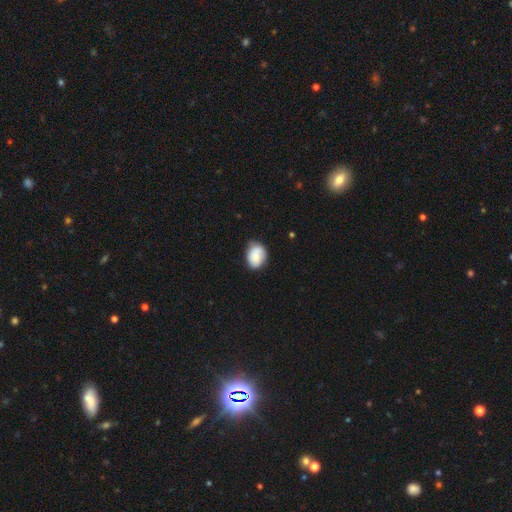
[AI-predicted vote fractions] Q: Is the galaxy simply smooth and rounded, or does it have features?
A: smooth — 78%.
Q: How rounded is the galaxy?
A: in between — 64%.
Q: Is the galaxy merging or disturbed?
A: none — 67%.